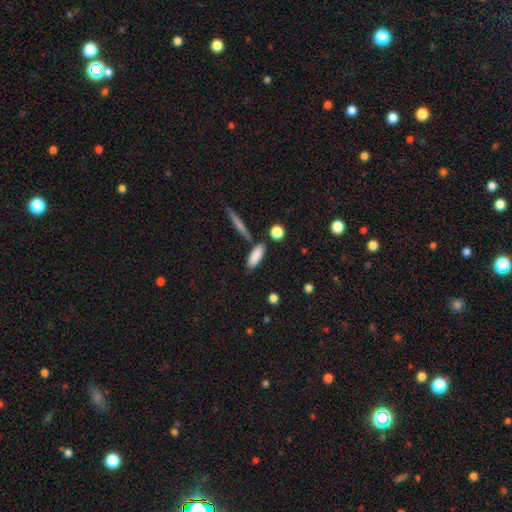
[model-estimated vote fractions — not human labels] smooth 85%, featured or disk 8%, star or artifact 7%. Down the decision tree: how rounded — in between (67%); merging — none (72%).